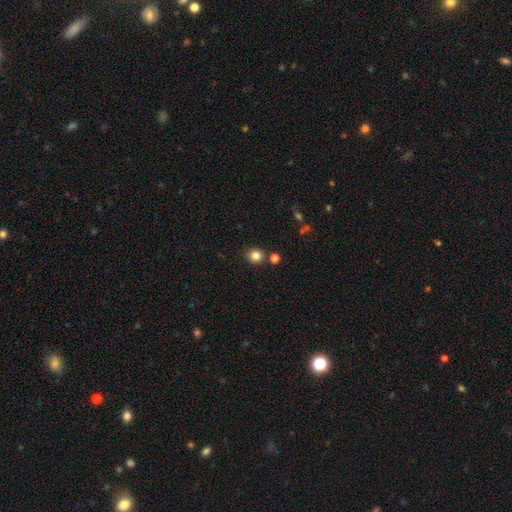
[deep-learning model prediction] Smooth or featured: smooth — 82% (star or artifact — 13%)
How rounded: round — 88% (in between — 11%)
Merging: none — 85% (minor disturbance — 7%)